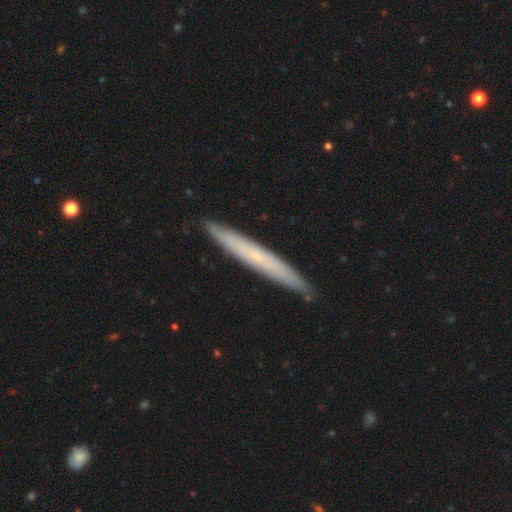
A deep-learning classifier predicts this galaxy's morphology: Smooth or featured: featured or disk — 54% (smooth — 39%)
Edge-on disk: yes — 87% (no — 13%)
Merging: none — 89% (minor disturbance — 9%)